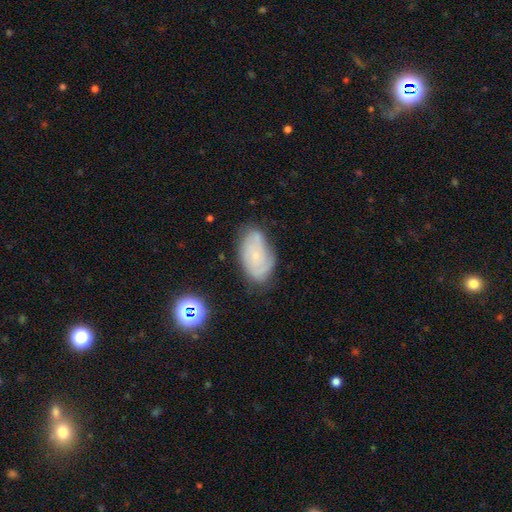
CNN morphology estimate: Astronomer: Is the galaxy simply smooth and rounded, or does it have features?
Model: featured or disk — 57% (runner-up: smooth, 33%).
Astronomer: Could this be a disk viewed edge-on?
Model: no — 95%.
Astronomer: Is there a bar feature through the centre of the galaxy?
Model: no — 78%.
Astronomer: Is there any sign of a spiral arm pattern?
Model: yes — 82%.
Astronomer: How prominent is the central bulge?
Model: small — 77%.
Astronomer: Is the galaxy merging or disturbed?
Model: none — 65%.